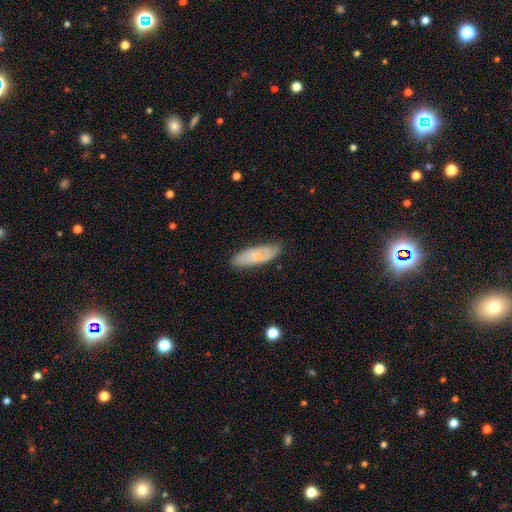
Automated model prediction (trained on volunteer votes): This appears to be a smooth galaxy with no disk features (57%) that is in between round and cigar-shaped (59%). Merging: none (79%).